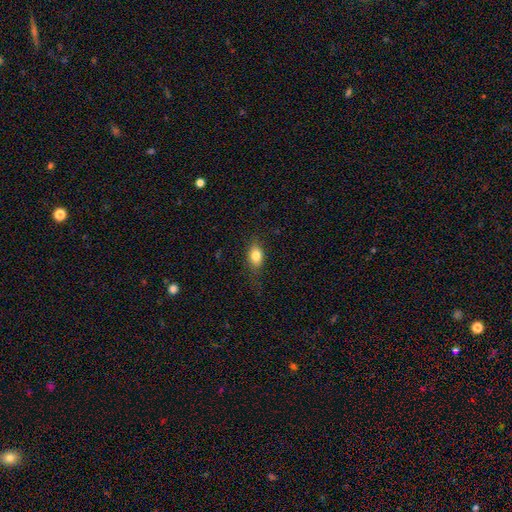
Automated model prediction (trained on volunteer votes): smooth-or-featured: smooth: 80% | featured or disk: 11% | star or artifact: 9%
  how-rounded: in between: 78% | round: 18% | cigar-shaped: 3%
  merging: none: 77% | minor disturbance: 17% | major disturbance: 5% | merger: 1%